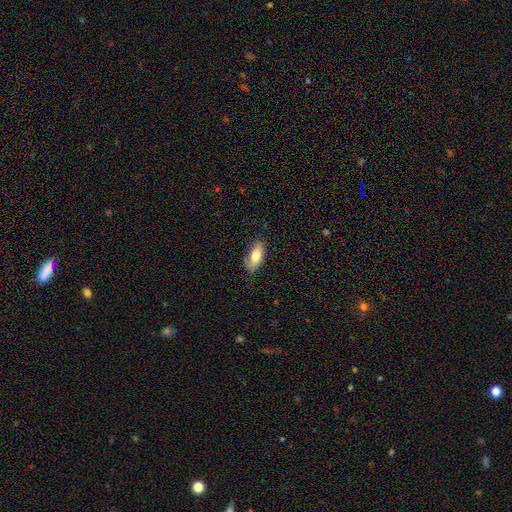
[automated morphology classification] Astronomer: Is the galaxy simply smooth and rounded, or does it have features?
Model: smooth — 73%.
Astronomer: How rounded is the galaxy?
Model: in between — 85%.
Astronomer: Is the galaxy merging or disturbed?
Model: none — 71%.